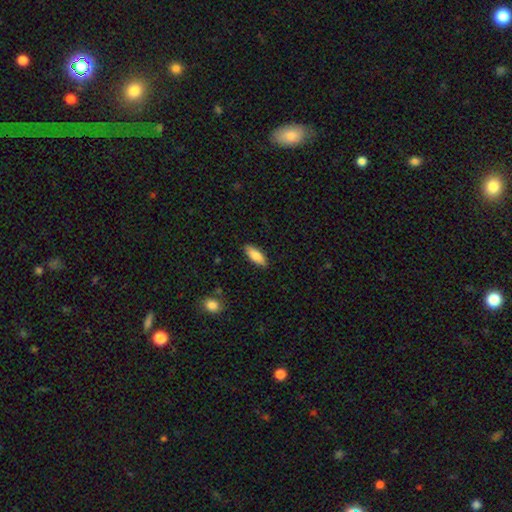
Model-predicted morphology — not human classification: A smooth galaxy with no disk features (82%) that is in between round and cigar-shaped (69%). Merging: none (88%).